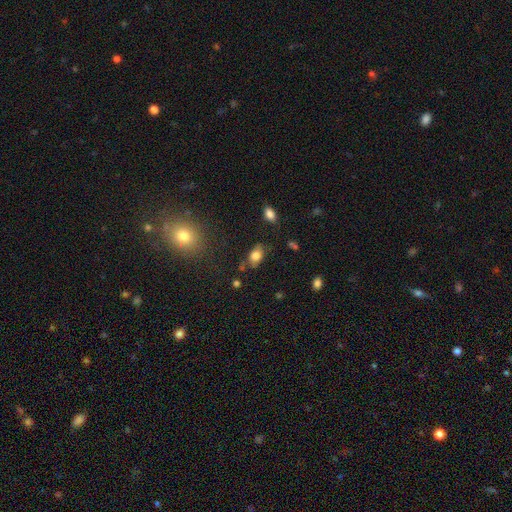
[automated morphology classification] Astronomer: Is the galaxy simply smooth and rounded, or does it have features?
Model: smooth — 78%.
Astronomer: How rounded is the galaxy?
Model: in between — 83%.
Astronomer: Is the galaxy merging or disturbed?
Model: none — 68%.